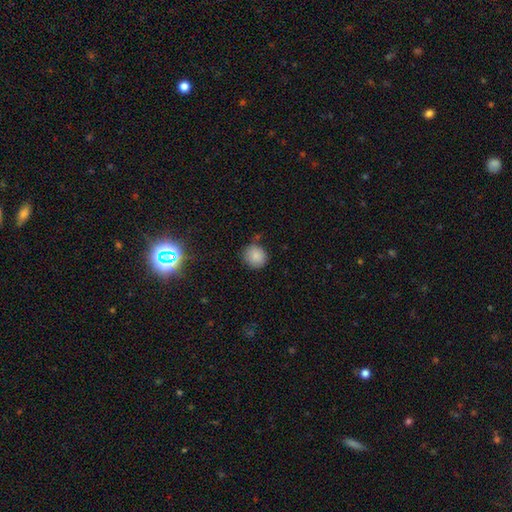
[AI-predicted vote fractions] Smooth or featured? Predicted: smooth (p=0.85). How rounded? Predicted: round (p=0.88). Merging? Predicted: none (p=0.78).